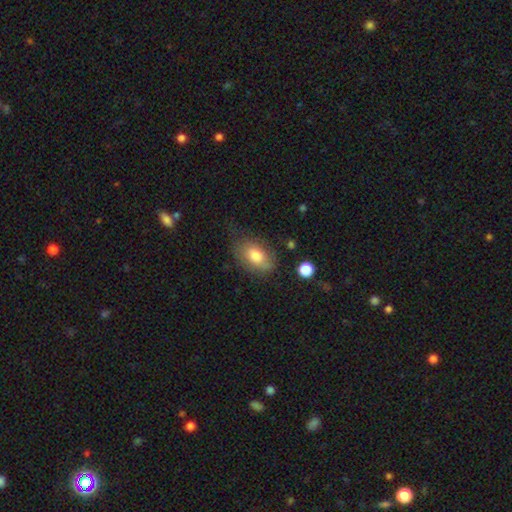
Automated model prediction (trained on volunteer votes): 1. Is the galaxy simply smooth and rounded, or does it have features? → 74% smooth, 18% featured or disk, 8% star or artifact.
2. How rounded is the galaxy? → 87% in between, 11% round, 2% cigar-shaped.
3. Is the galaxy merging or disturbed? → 59% none, 27% minor disturbance, 11% major disturbance, 2% merger.